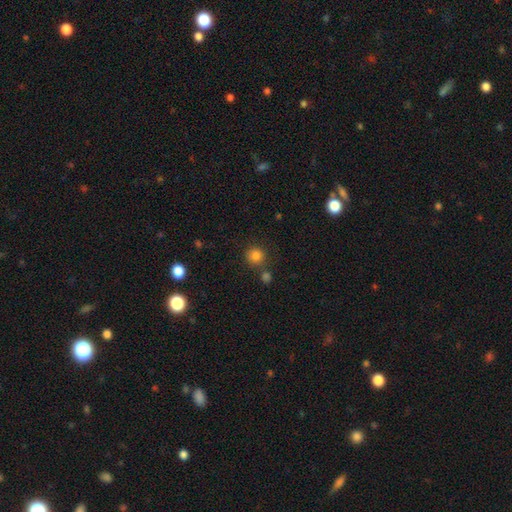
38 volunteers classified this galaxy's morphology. Overall: smooth (89%). How rounded: round (94%). Merging: none (74%).